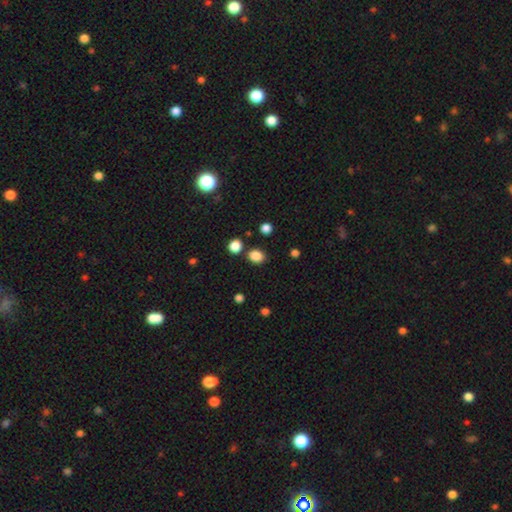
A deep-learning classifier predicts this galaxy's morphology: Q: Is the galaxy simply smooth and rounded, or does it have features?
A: smooth — 84%.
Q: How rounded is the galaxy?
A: round — 56%.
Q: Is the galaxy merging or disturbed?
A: none — 80%.